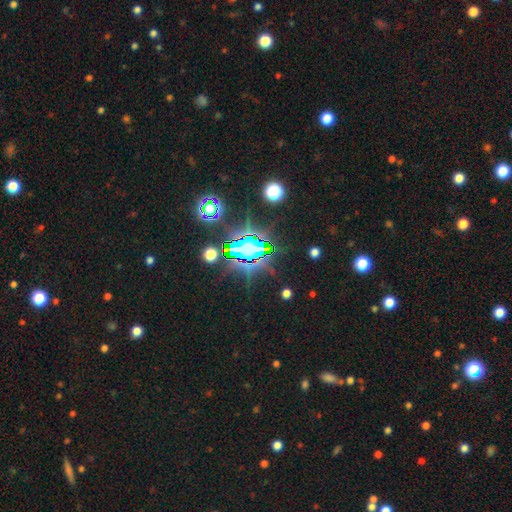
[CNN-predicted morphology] Smooth or featured? Predicted: star or artifact (p=0.83).